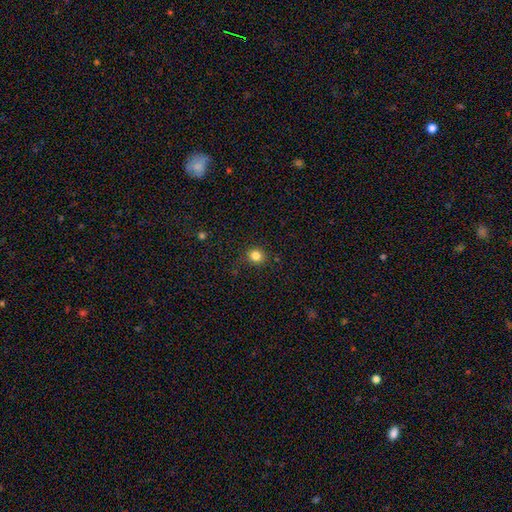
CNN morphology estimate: Smooth or featured? Predicted: smooth (p=0.83). How rounded? Predicted: round (p=0.84). Merging? Predicted: none (p=0.88).